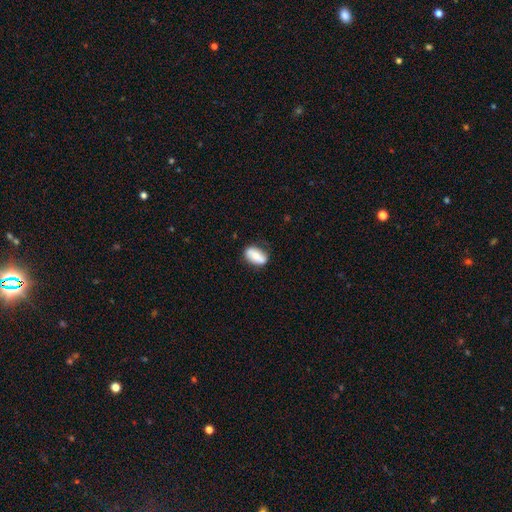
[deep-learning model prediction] Smooth or featured: smooth — 65% (featured or disk — 28%)
How rounded: in between — 88% (round — 7%)
Merging: none — 70% (minor disturbance — 21%)